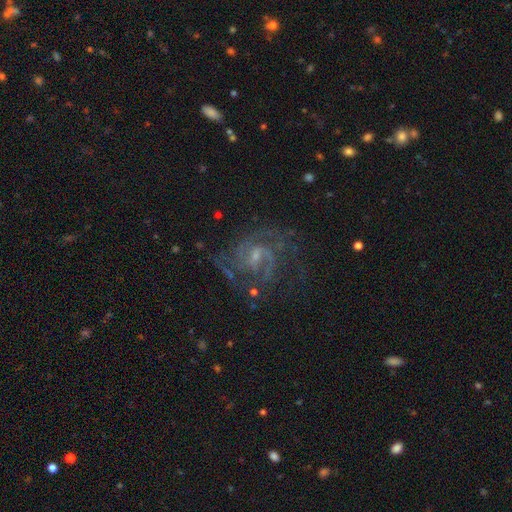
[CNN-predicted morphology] Smooth or featured: featured or disk — 84% (star or artifact — 10%)
Edge-on disk: no — 98% (yes — 2%)
Bar: weak — 55% (no — 32%)
Spiral arms: yes — 95% (no — 5%)
Spiral winding: medium — 51% (tight — 35%)
Spiral arm count: 2 — 49% (can't tell — 19%)
Bulge size: small — 60% (moderate — 25%)
Merging: none — 66% (minor disturbance — 17%)